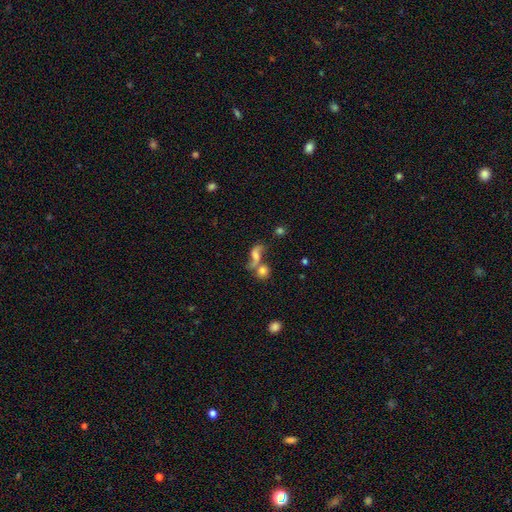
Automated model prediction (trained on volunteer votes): Smooth or featured? Predicted: featured or disk (p=0.48). Merging? Predicted: merger (p=0.47).